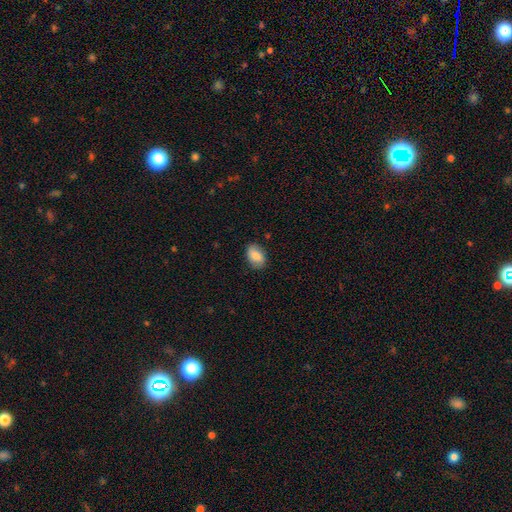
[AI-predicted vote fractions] A smooth galaxy with no disk features (77%) that is in between round and cigar-shaped (85%). Merging: none (82%).